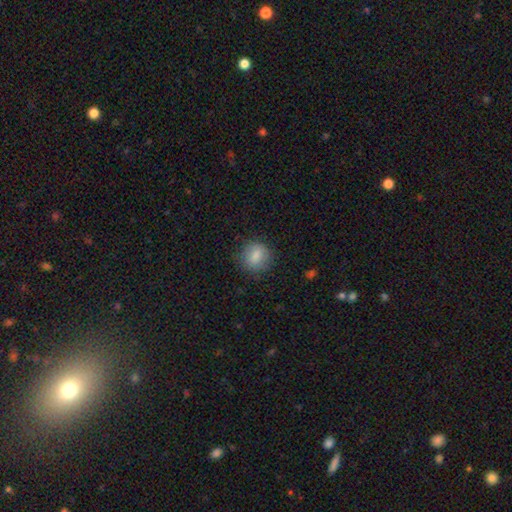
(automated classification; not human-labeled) This is clearly a smooth galaxy (82%). How rounded: likely round (76%). Merging: clearly none (80%).